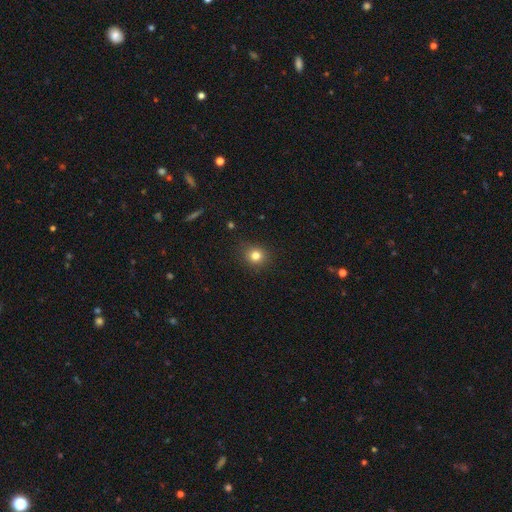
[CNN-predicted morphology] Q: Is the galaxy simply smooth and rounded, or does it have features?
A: smooth — 80%.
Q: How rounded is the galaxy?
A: round — 85%.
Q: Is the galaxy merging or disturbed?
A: none — 86%.